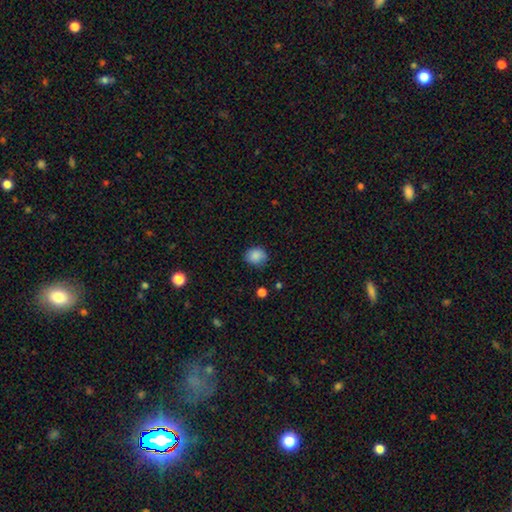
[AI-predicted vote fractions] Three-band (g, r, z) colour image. It shows a smooth galaxy with no disk features (87%) that is round (61%). Merging: none (75%).